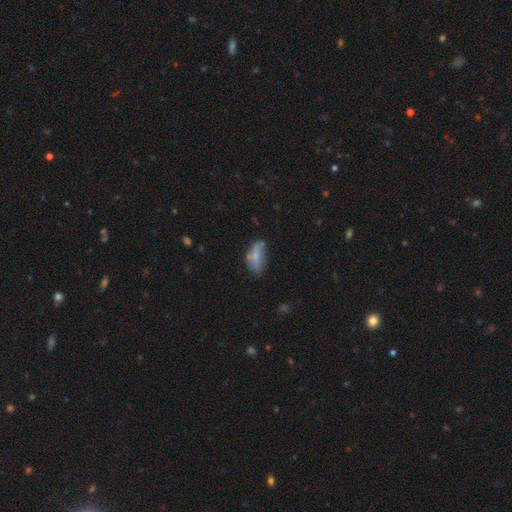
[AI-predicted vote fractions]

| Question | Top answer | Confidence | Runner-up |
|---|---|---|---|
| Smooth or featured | smooth | 62% | featured or disk (29%) |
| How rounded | in between | 85% | cigar-shaped (11%) |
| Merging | none | 42% | minor disturbance (32%) |